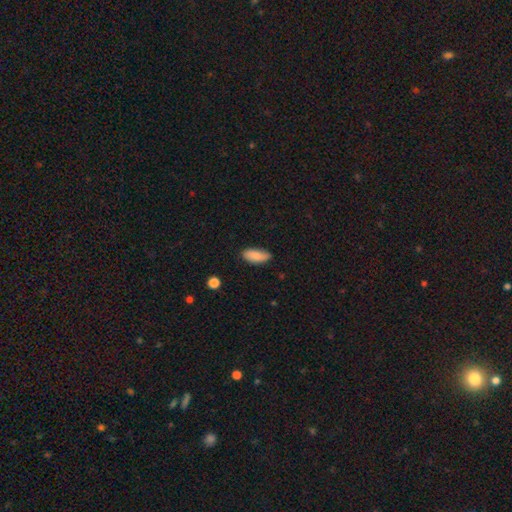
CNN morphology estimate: Smooth or featured? smooth (84%)
How rounded? in between (86%)
Merging? none (80%)